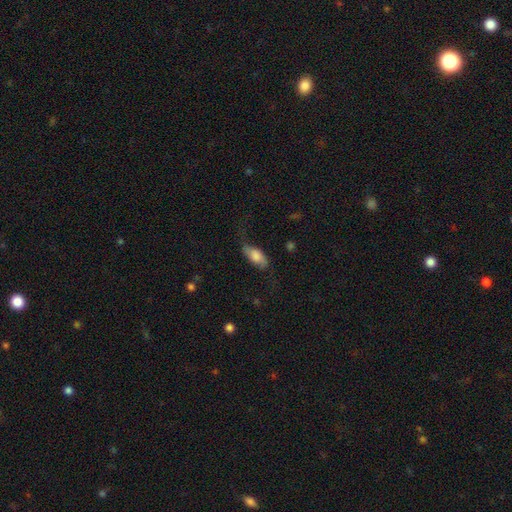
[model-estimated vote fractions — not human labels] Overall: smooth (66%; featured or disk 27%). How rounded: in between (85%). Merging: none (55%; minor disturbance 27%).